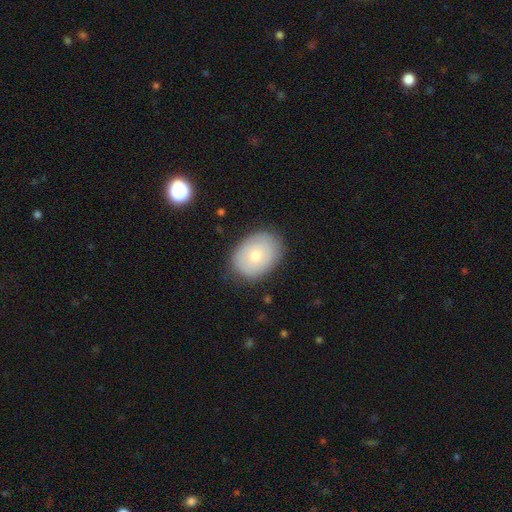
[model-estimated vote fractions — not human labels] Morphology: type=smooth (66%); roundness=in between (70%); merging=none (82%).